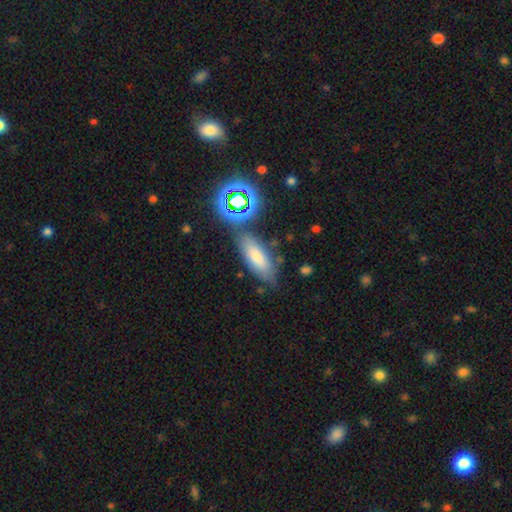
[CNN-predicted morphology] Q: Smooth or featured?
A: smooth (69%); runner-up: star or artifact (16%)
Q: How rounded?
A: in between (73%); runner-up: cigar-shaped (21%)
Q: Merging?
A: none (72%); runner-up: minor disturbance (15%)